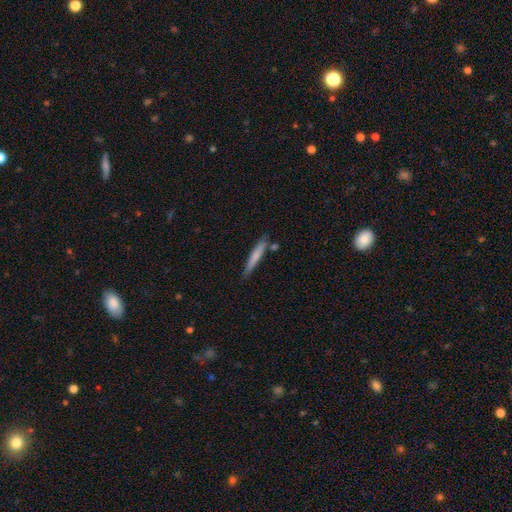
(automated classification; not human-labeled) Overall: smooth (69%). How rounded: cigar-shaped (94%). Merging: none (78%).